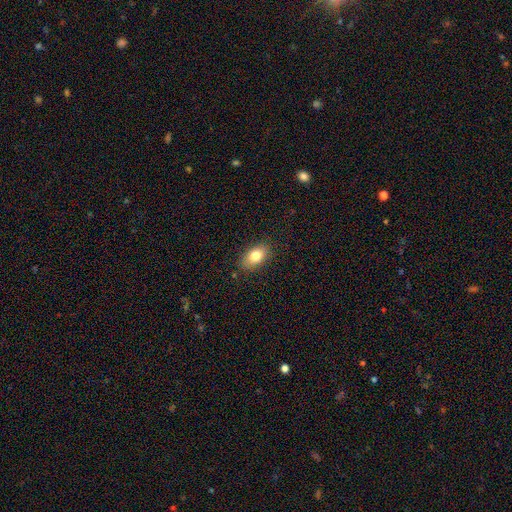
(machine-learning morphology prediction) Smooth or featured? Predicted: smooth (p=0.80). How rounded? Predicted: in between (p=0.89). Merging? Predicted: none (p=0.85).